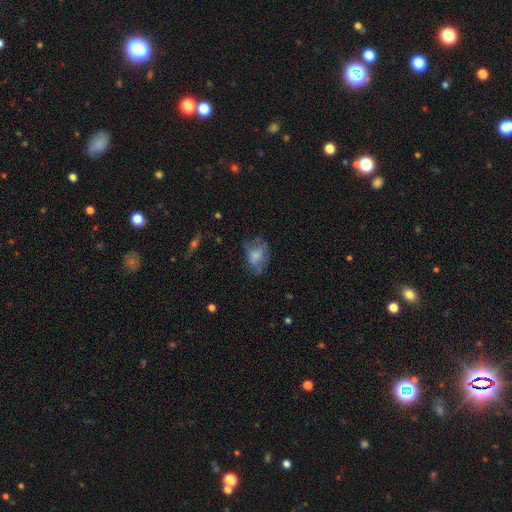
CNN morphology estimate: Overall: smooth (61%; featured or disk 29%). How rounded: in between (75%). Merging: none (45%; minor disturbance 29%).